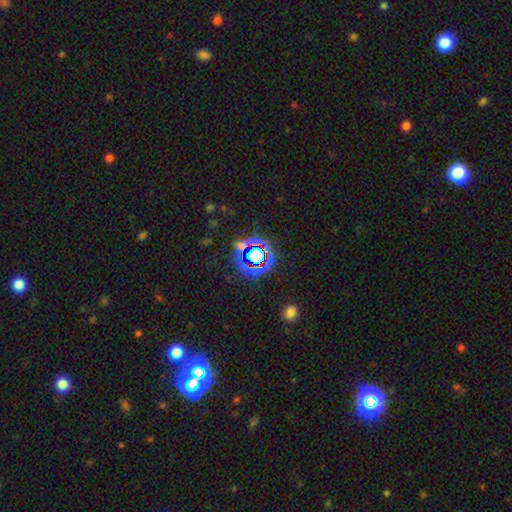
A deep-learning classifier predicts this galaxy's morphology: Smooth or featured? Predicted: star or artifact (p=0.67).